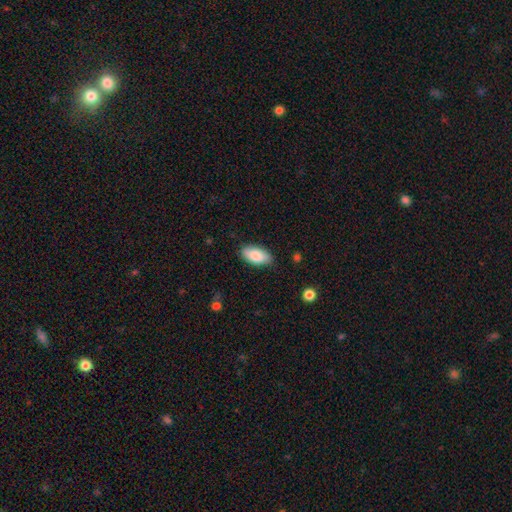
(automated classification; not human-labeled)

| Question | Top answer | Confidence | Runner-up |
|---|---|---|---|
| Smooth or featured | smooth | 84% | featured or disk (9%) |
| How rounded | in between | 93% | cigar-shaped (5%) |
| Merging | none | 81% | minor disturbance (15%) |